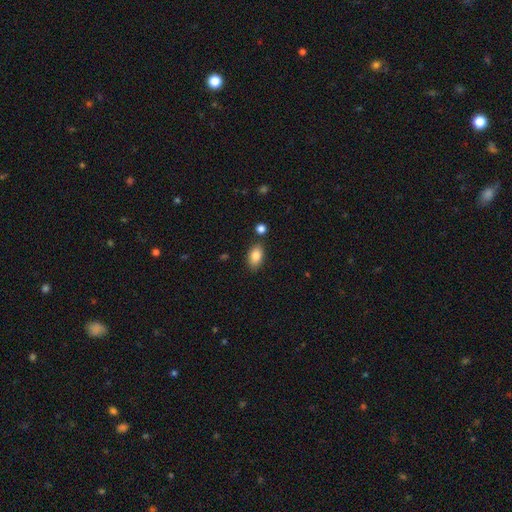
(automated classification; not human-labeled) Smooth or featured? smooth (85%)
How rounded? in between (91%)
Merging? none (82%)